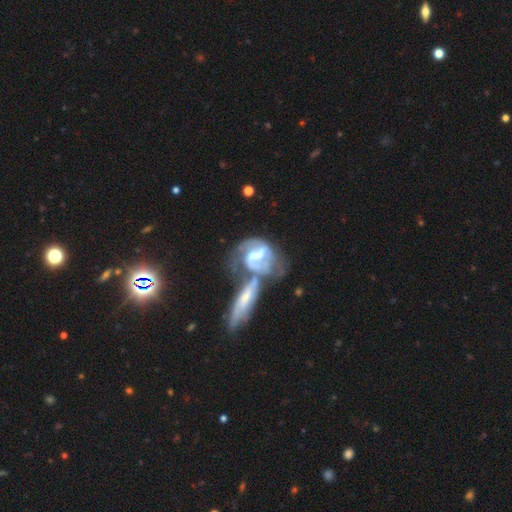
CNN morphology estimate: A featured or disk galaxy (77%) with a weak bar (39%), 2 (64%) medium (42%) spiral arms (77%) and no central bulge (31%). Merging: merger (58%).